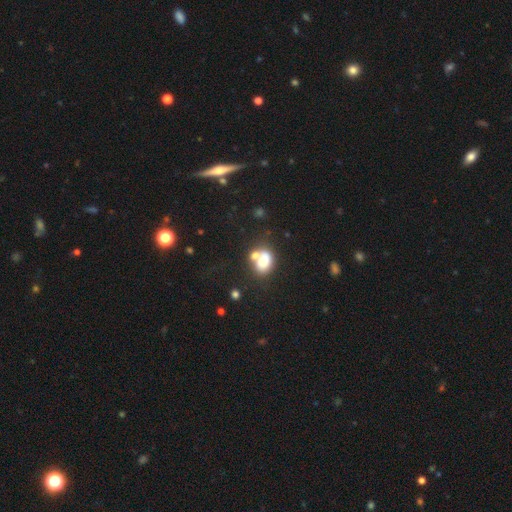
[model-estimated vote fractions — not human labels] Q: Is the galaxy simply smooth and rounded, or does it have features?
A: smooth — 72%.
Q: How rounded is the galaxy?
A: in between — 66%.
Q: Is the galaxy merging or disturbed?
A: merger — 44%.